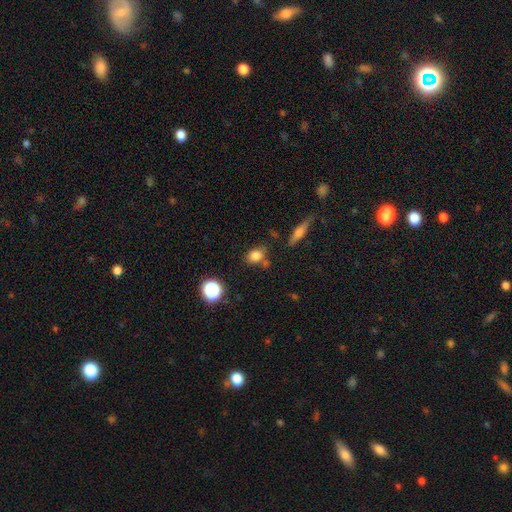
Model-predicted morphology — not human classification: Smooth or featured?
  - smooth: 79% *
  - star or artifact: 13%
  - featured or disk: 8%
How rounded?
  - in between: 55% *
  - round: 42%
  - cigar-shaped: 3%
Merging?
  - none: 69% *
  - minor disturbance: 16%
  - merger: 10%
  - major disturbance: 4%